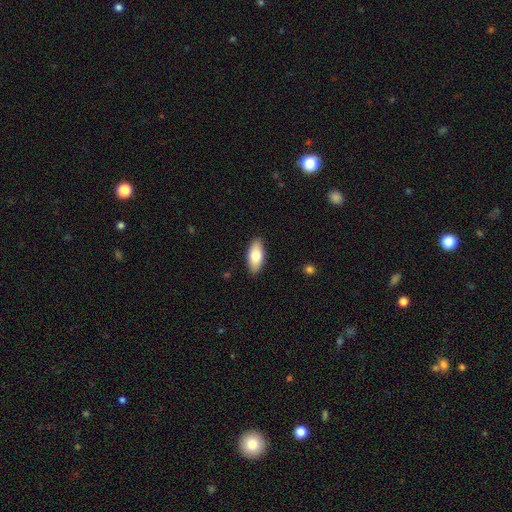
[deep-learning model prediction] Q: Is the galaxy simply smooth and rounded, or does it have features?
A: smooth — 78%.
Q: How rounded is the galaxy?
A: in between — 86%.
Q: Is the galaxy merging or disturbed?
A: none — 89%.